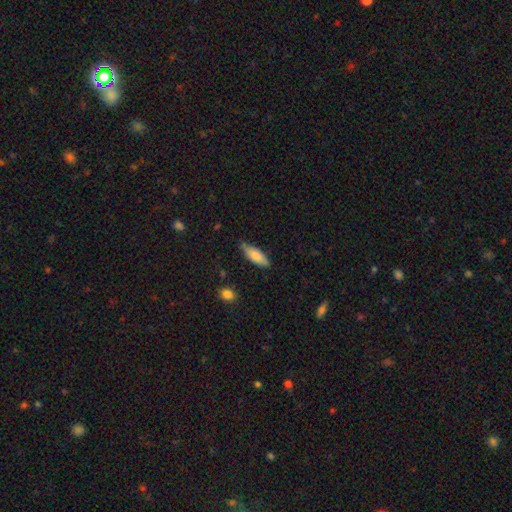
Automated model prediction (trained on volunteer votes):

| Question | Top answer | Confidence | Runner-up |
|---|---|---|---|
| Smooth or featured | smooth | 79% | featured or disk (15%) |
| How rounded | in between | 63% | cigar-shaped (35%) |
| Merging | none | 75% | minor disturbance (20%) |